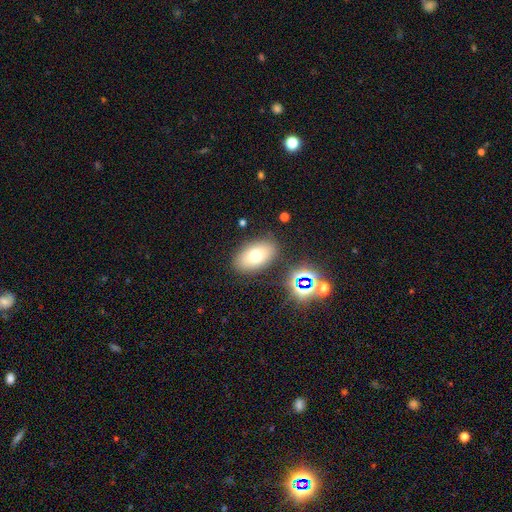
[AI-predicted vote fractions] smooth 69%, featured or disk 18%, star or artifact 14%. Down the decision tree: how rounded — in between (88%); merging — none (84%).